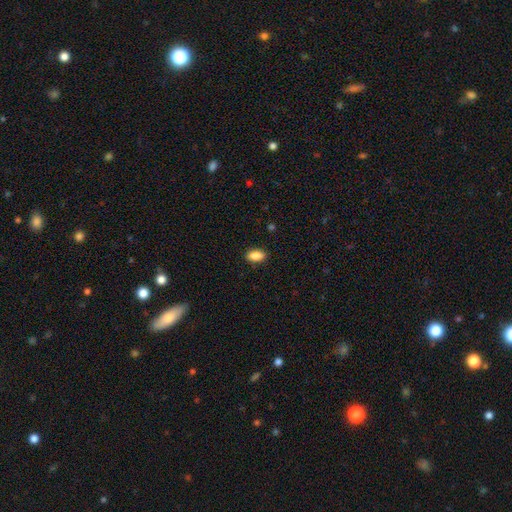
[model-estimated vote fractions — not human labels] smooth-or-featured: smooth: 88% | star or artifact: 8% | featured or disk: 4%
  how-rounded: in between: 90% | round: 5% | cigar-shaped: 5%
  merging: none: 89% | minor disturbance: 8% | major disturbance: 2% | merger: 1%